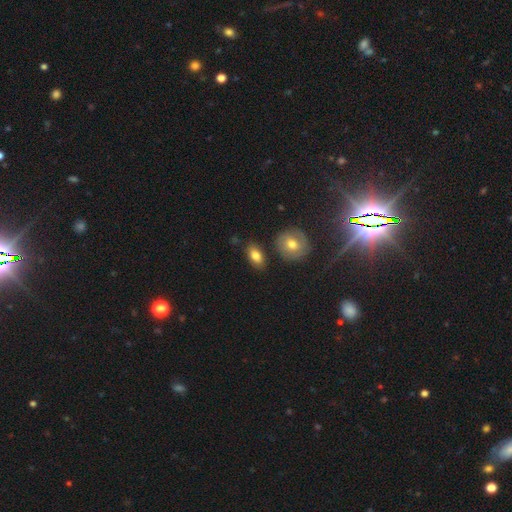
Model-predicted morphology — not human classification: smooth_or_featured: smooth (p=0.81) [alt: featured or disk p=0.12]
how_rounded: in between (p=0.86) [alt: round p=0.10]
merging: none (p=0.81) [alt: minor disturbance p=0.11]